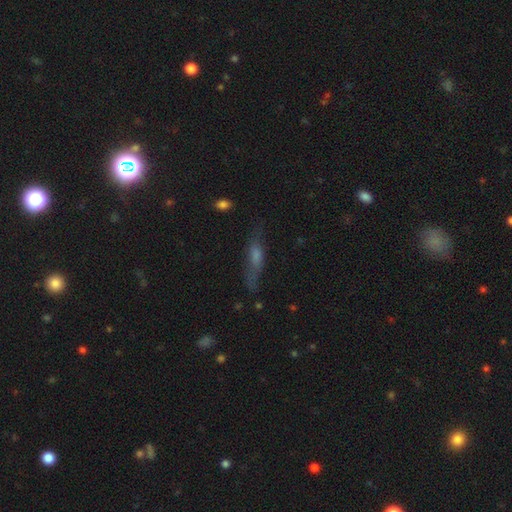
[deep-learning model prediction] The model was most divided on "smooth or featured": smooth: 44%, featured or disk: 40%, star or artifact: 16%. More confident: merging — none (65%).